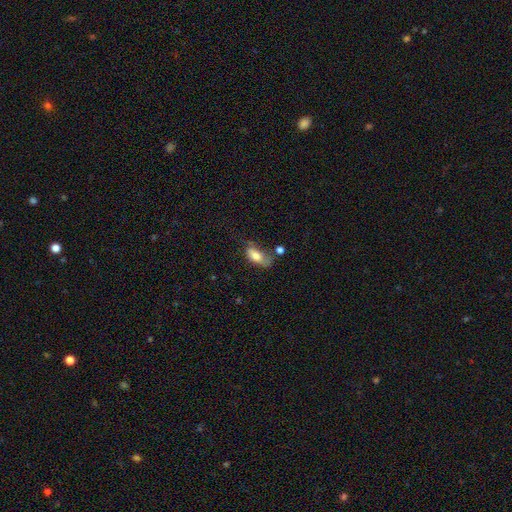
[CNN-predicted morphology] The model was most divided on "merging": none: 31%, minor disturbance: 29%, major disturbance: 26%, merger: 14%. More confident: how rounded — in between (87%); smooth or featured — smooth (73%).